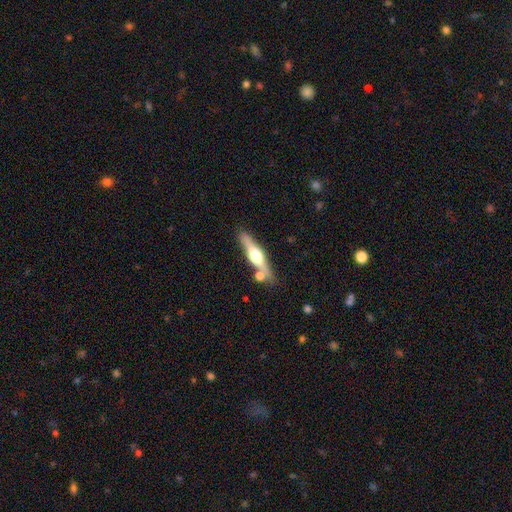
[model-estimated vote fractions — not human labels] featured or disk 65%, smooth 29%, star or artifact 6%. Down the decision tree: edge-on disk — yes (96%); edge-on bulge — rounded (94%); merging — none (75%).